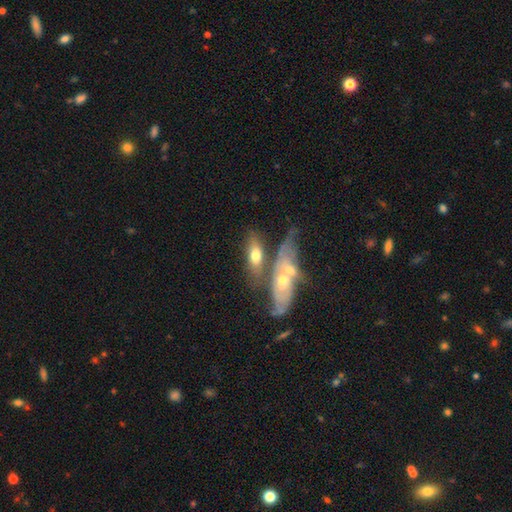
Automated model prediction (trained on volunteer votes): This is possibly a smooth galaxy (55%). How rounded: likely in between (70%). Merging: marginally merger (45%).